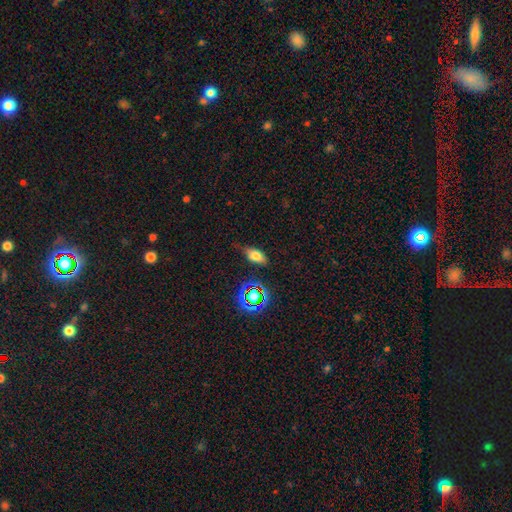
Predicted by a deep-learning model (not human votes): Overall: smooth (66%). How rounded: in between (81%). Merging: none (66%).